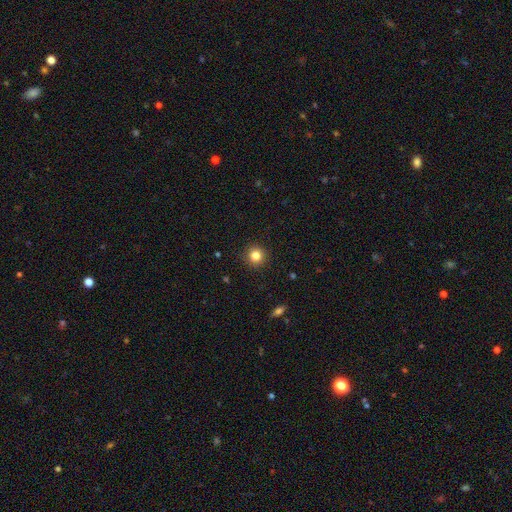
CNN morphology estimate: type=smooth (83%); roundness=round (94%); merging=none (92%).